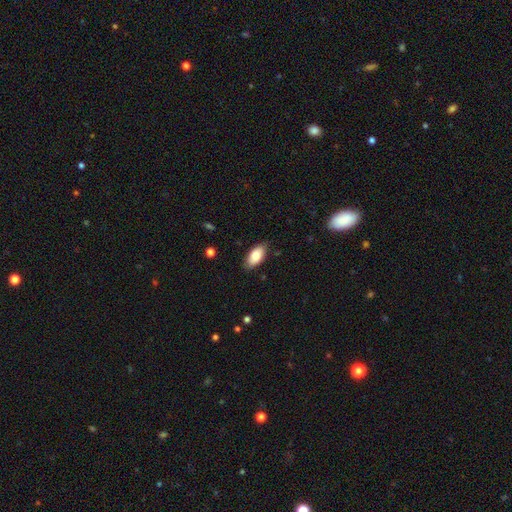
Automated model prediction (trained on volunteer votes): Overall: smooth (81%). How rounded: in between (92%). Merging: none (85%).